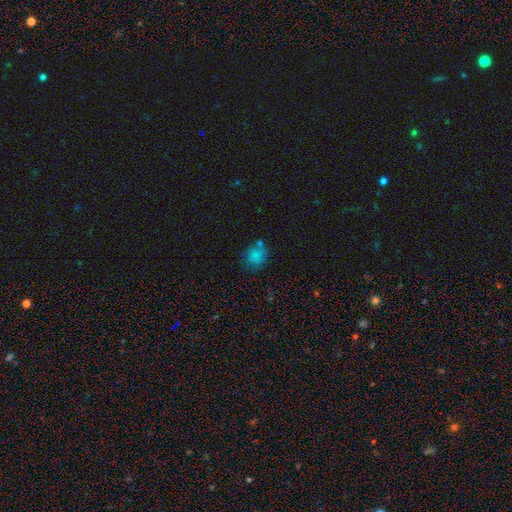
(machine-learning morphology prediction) smooth 77%, star or artifact 13%, featured or disk 9%. Down the decision tree: how rounded — round (62%); merging — none (62%).